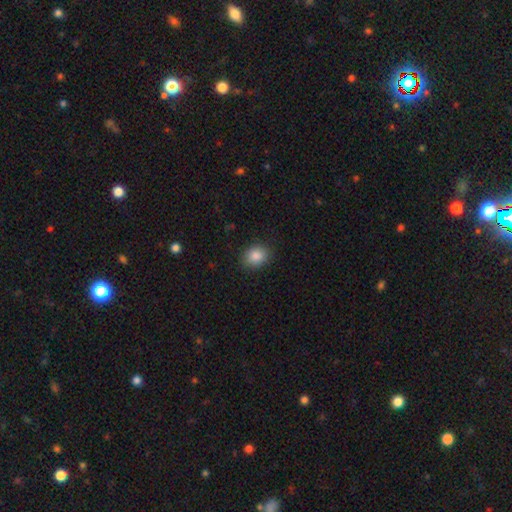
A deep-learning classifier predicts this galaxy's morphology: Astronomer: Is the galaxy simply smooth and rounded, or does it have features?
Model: smooth — 86%.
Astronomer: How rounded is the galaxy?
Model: in between — 52% (runner-up: round, 47%).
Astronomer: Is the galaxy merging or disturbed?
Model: none — 87%.